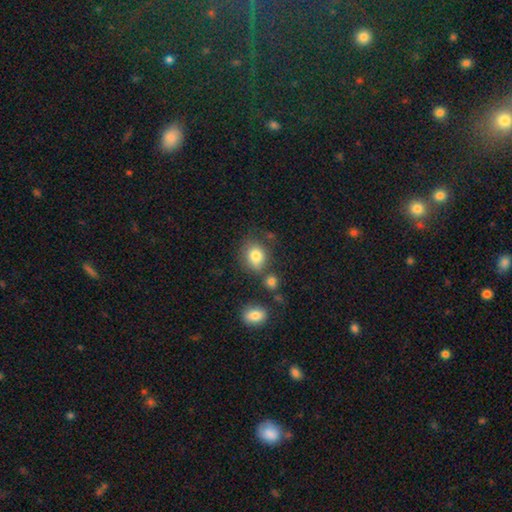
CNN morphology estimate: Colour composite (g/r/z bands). It shows a smooth galaxy with no disk features (81%) that is round (54%). Merging: none (64%).